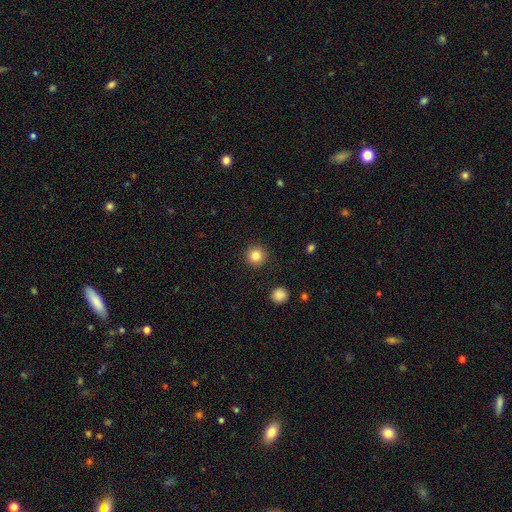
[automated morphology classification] This is clearly a smooth galaxy (84%). How rounded: clearly round (95%). Merging: clearly none (91%).